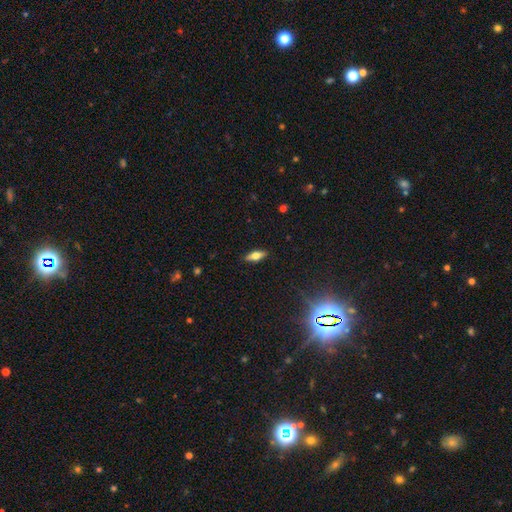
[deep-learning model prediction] smooth 55%, featured or disk 36%, star or artifact 9%. Down the decision tree: how rounded — in between (69%); merging — none (89%).